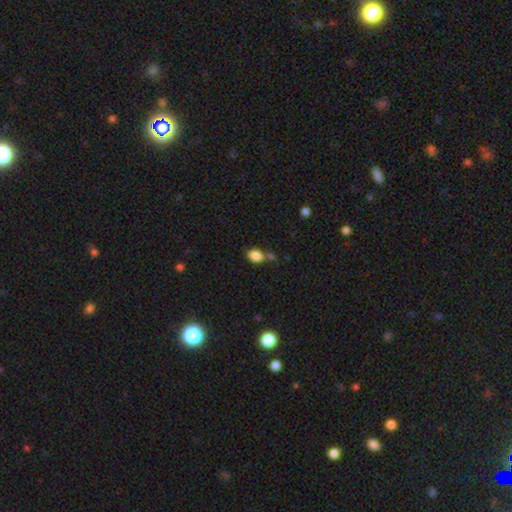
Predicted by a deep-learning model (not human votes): Smooth or featured? Predicted: smooth (p=0.85). How rounded? Predicted: in between (p=0.75). Merging? Predicted: none (p=0.62).